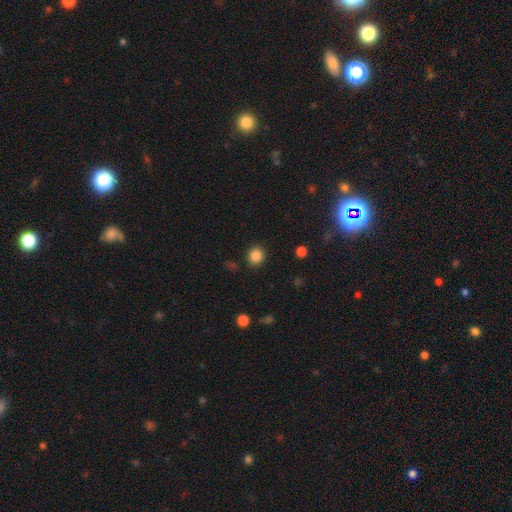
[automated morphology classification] Smooth or featured: smooth — 85% (star or artifact — 11%)
How rounded: round — 81% (in between — 18%)
Merging: none — 89% (minor disturbance — 7%)